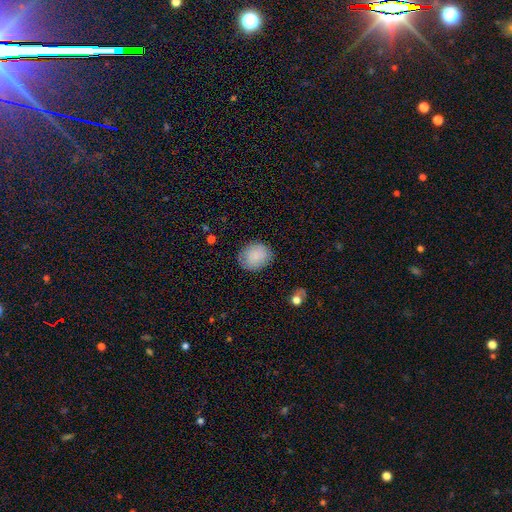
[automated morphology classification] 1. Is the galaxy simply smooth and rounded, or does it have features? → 84% smooth, 8% featured or disk, 7% star or artifact.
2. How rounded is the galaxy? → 61% round, 38% in between, 1% cigar-shaped.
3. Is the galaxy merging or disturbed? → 80% none, 15% minor disturbance, 4% major disturbance, 1% merger.